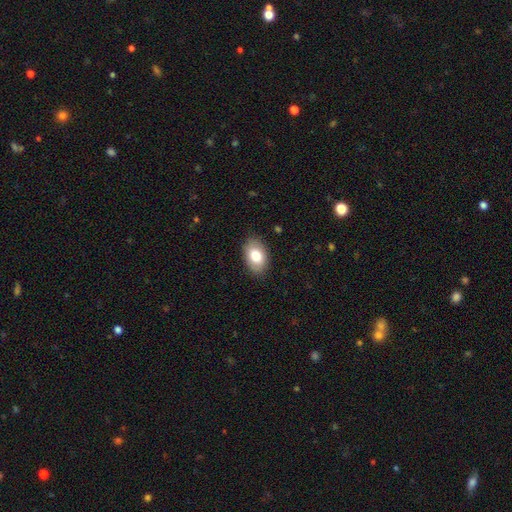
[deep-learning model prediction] Overall: smooth (79%). How rounded: in between (88%). Merging: none (86%).